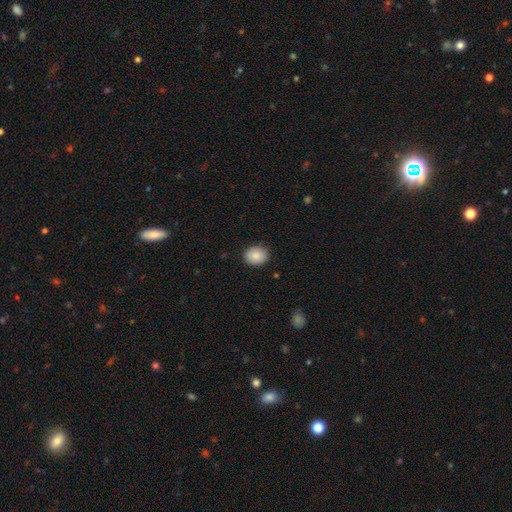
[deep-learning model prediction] smooth_or_featured: smooth (p=0.87) [alt: star or artifact p=0.07]
how_rounded: round (p=0.53) [alt: in between p=0.47]
merging: none (p=0.85) [alt: minor disturbance p=0.12]